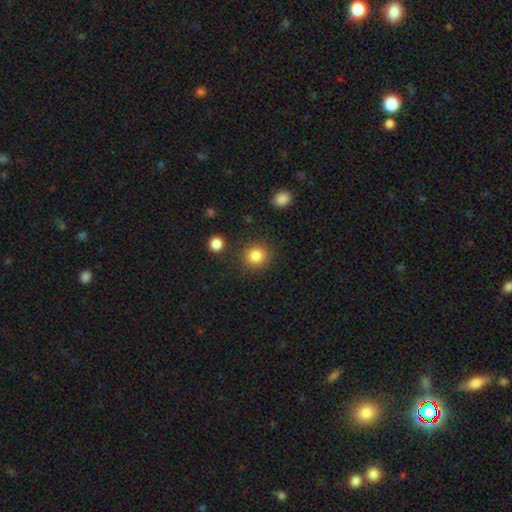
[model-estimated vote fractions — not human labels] This appears to be a smooth galaxy with no disk features (85%) that is round (89%). Merging: none (87%).